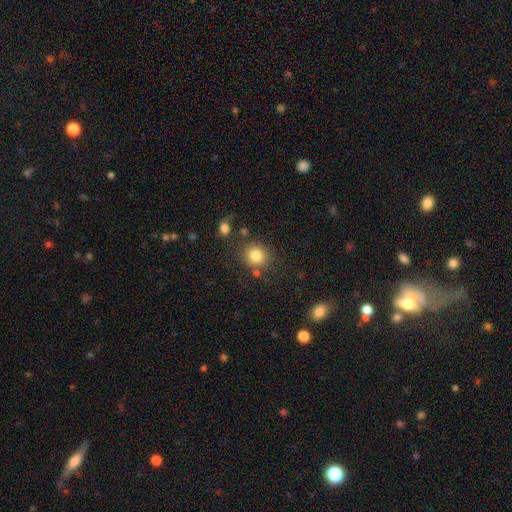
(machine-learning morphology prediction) This is clearly a smooth galaxy (82%). How rounded: clearly round (86%). Merging: likely none (78%).